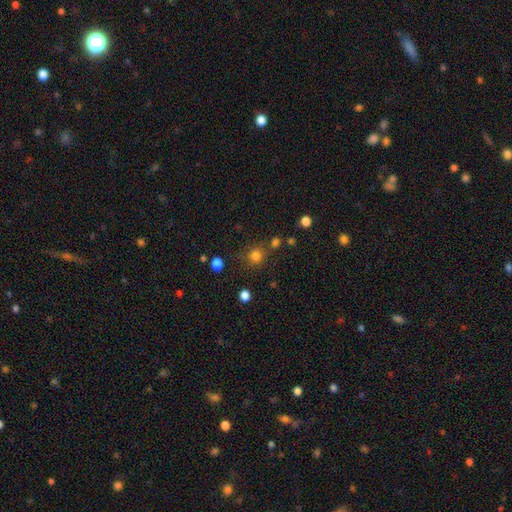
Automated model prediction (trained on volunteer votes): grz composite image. It shows a smooth galaxy with no disk features (79%) that is round (87%). Merging: none (73%).